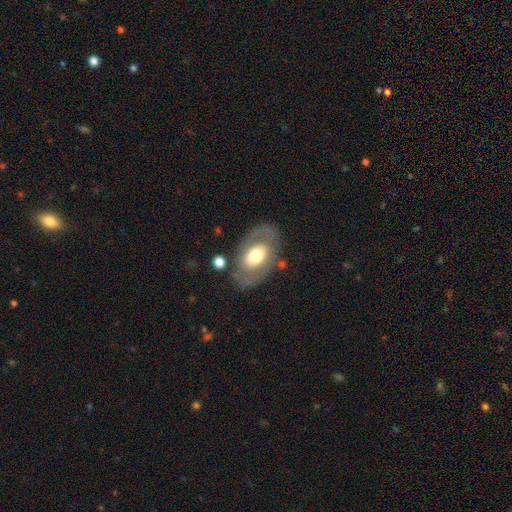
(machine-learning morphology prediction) This is possibly a featured or disk galaxy (51%). It is clearly not viewed edge-on (91%). Merging: likely none (74%).